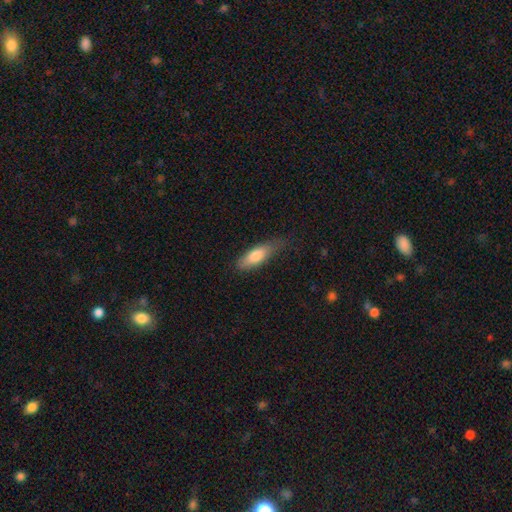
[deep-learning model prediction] Smooth or featured? smooth (77%)
How rounded? in between (64%)
Merging? none (60%)